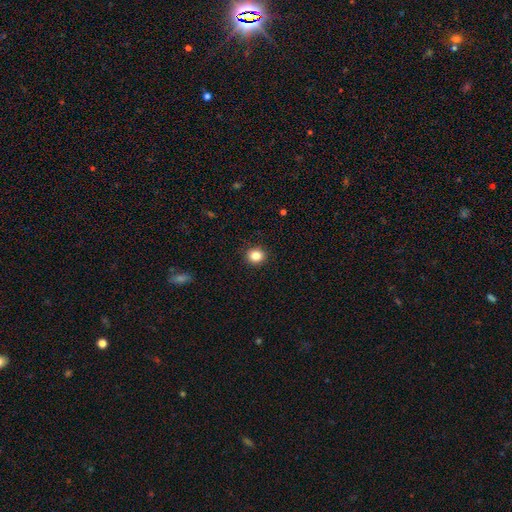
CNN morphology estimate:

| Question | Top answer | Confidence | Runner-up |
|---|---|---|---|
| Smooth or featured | smooth | 86% | star or artifact (10%) |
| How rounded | round | 82% | in between (17%) |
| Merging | none | 91% | minor disturbance (6%) |